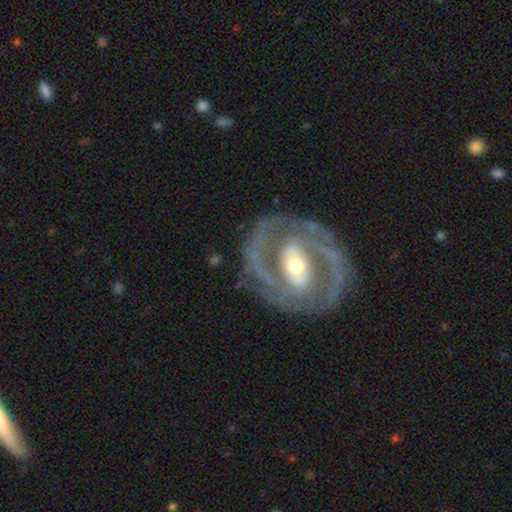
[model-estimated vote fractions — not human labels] smooth-or-featured: featured or disk: 88% | smooth: 8% | star or artifact: 5%
  disk-edge-on: no: 96% | yes: 4%
    bar: strong: 43% | weak: 33% | no: 24%
    has-spiral-arms: yes: 90% | no: 10%
      spiral-winding: tight: 52% | medium: 39% | loose: 9%
      spiral-arm-count: 2: 80% | can't tell: 8% | 3: 5% | 1: 3% | 4: 2% | more than 4: 2%
    bulge-size: moderate: 55% | small: 36% | large: 7% | dominant: 1% | none: 1%
  merging: none: 79% | minor disturbance: 13% | major disturbance: 7% | merger: 1%